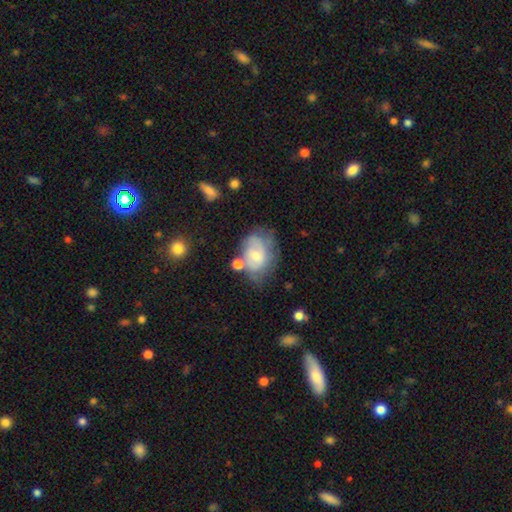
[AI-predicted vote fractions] A featured or disk galaxy (48%).

Vote fractions:
- Smooth or featured? featured or disk: 48% / smooth: 43% / star or artifact: 8%
- Merging? none: 43% / minor disturbance: 29% / major disturbance: 18% / merger: 11%